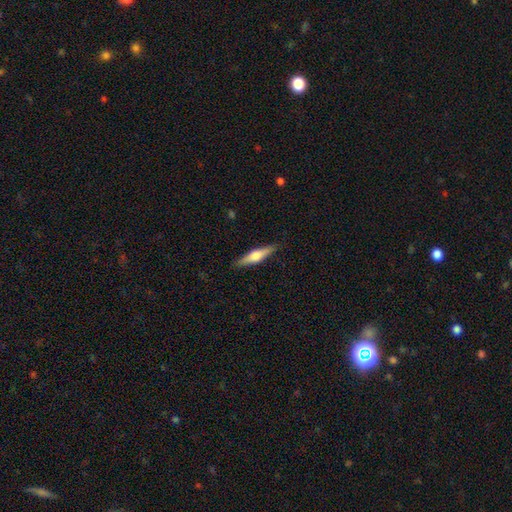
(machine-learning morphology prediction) Q: Smooth or featured?
A: featured or disk (48%); runner-up: smooth (46%)
Q: Merging?
A: none (88%); runner-up: minor disturbance (9%)